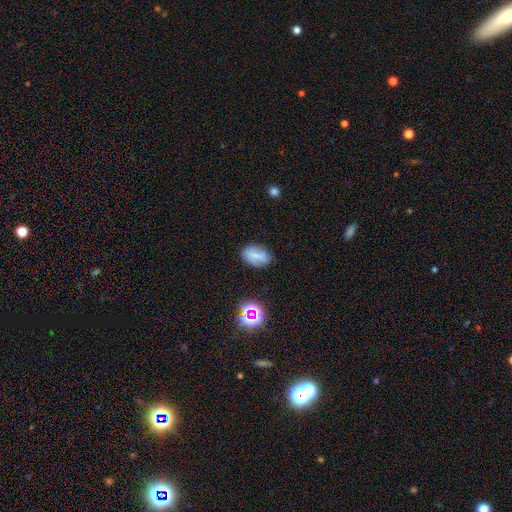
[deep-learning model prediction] smooth-or-featured: smooth: 66% | featured or disk: 20% | star or artifact: 14%
  how-rounded: in between: 86% | round: 12% | cigar-shaped: 3%
  merging: none: 76% | minor disturbance: 17% | major disturbance: 5% | merger: 2%